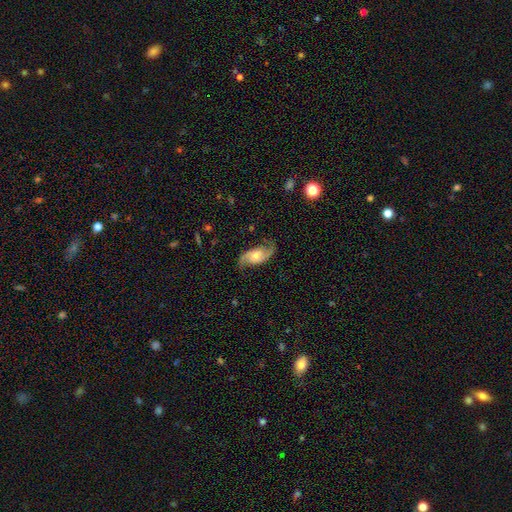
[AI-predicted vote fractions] featured or disk 86%, smooth 9%, star or artifact 6%. Down the decision tree: edge-on disk — no (96%); bar — no (58%); spiral arms — yes (97%); spiral arm count — 2 (93%); spiral winding — loose (46%); bulge size — moderate (46%); merging — none (79%).